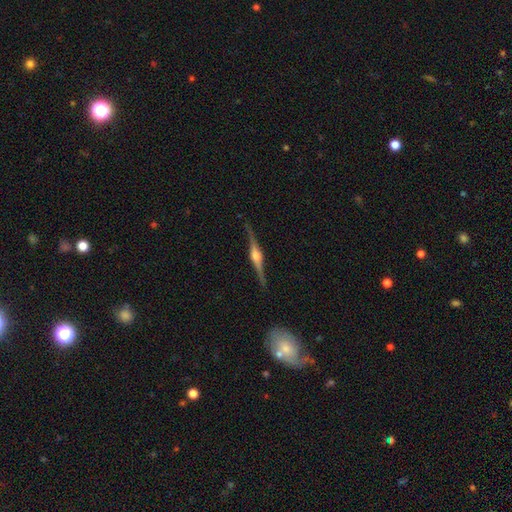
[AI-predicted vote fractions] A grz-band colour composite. It shows a featured or disk galaxy (84%) viewed edge-on (98%) with a rounded central bulge (89%). Merging: none (88%).